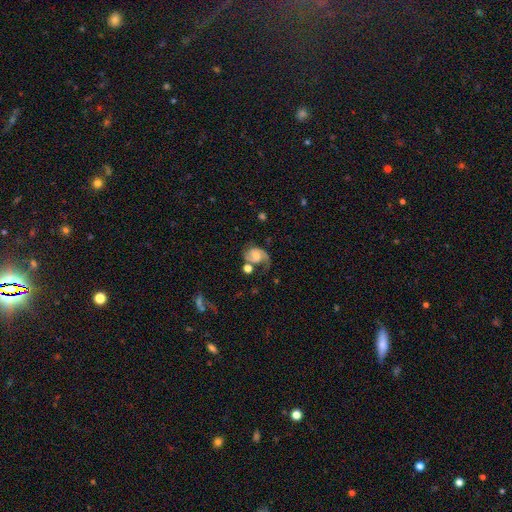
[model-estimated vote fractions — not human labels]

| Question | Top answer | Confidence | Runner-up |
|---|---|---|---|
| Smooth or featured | featured or disk | 72% | smooth (19%) |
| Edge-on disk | no | 98% | yes (2%) |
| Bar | no | 55% | weak (36%) |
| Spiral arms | yes | 93% | no (7%) |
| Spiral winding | medium | 45% | loose (36%) |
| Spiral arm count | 2 | 69% | 1 (23%) |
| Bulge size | small | 37% | moderate (29%) |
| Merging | none | 39% | major disturbance (25%) |